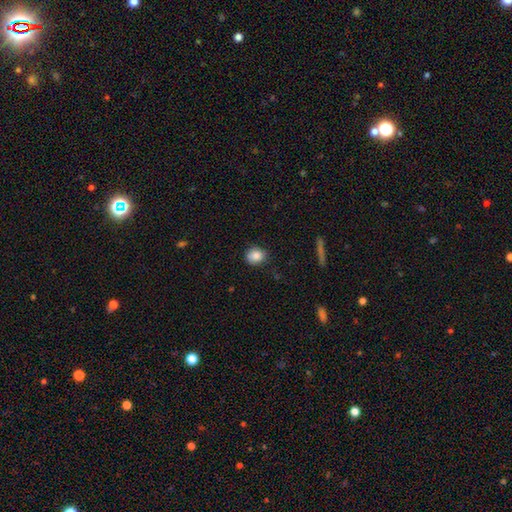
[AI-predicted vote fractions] Morphology: type=smooth (86%); roundness=round (73%); merging=none (81%).